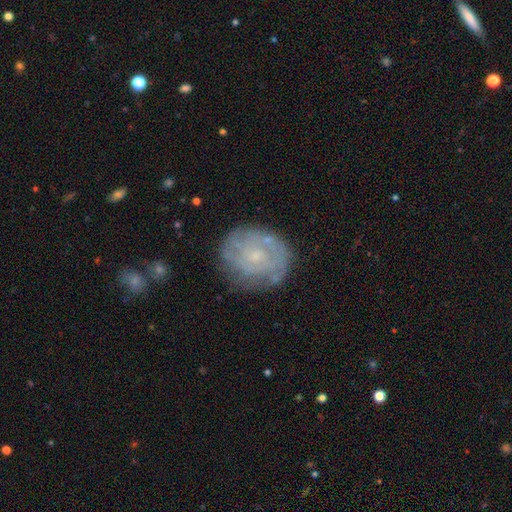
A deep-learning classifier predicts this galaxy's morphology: smooth_or_featured: featured or disk (p=0.68) [alt: smooth p=0.24]
disk_edge_on: no (p=0.98) [alt: yes p=0.02]
bar: no (p=0.76) [alt: weak p=0.21]
has_spiral_arms: yes (p=0.77) [alt: no p=0.23]
spiral_winding: tight (p=0.66) [alt: medium p=0.25]
spiral_arm_count: can't tell (p=0.54) [alt: 2 p=0.16]
bulge_size: small (p=0.71) [alt: moderate p=0.19]
merging: none (p=0.73) [alt: minor disturbance p=0.18]